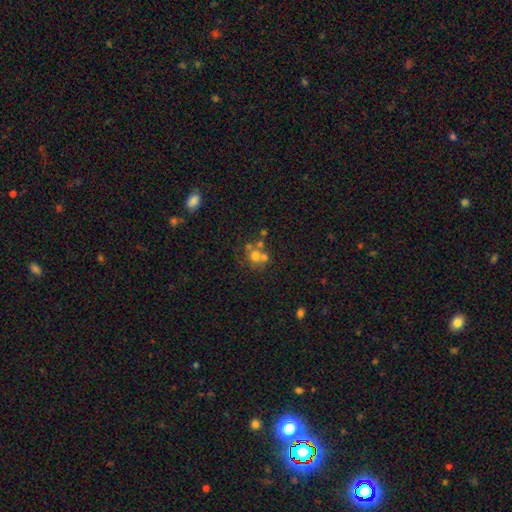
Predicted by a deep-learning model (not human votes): A smooth galaxy with no disk features (58%) that is round (82%). Merging: none (43%).